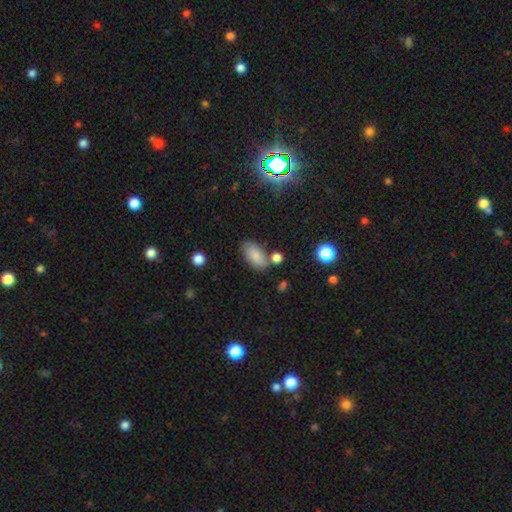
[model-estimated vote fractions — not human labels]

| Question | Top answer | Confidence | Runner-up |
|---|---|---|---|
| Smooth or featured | smooth | 80% | featured or disk (11%) |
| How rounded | in between | 92% | round (4%) |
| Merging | none | 66% | minor disturbance (17%) |